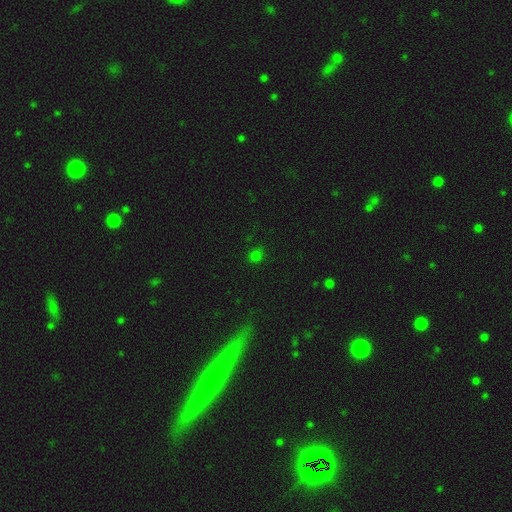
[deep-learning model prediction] A smooth galaxy with no disk features (70%) that is round (83%). Merging: none (86%).